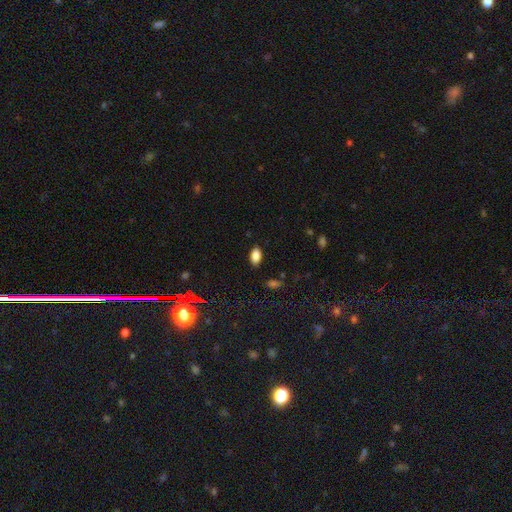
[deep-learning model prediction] This appears to be a smooth galaxy with no disk features (86%) that is in between round and cigar-shaped (92%). Merging: none (87%).